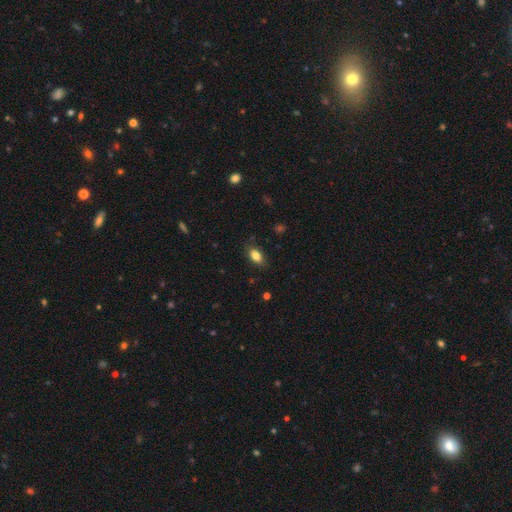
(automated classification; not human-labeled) Smooth or featured?
  - smooth: 82% *
  - featured or disk: 9%
  - star or artifact: 8%
How rounded?
  - in between: 88% *
  - round: 7%
  - cigar-shaped: 5%
Merging?
  - none: 81% *
  - minor disturbance: 15%
  - major disturbance: 3%
  - merger: 1%